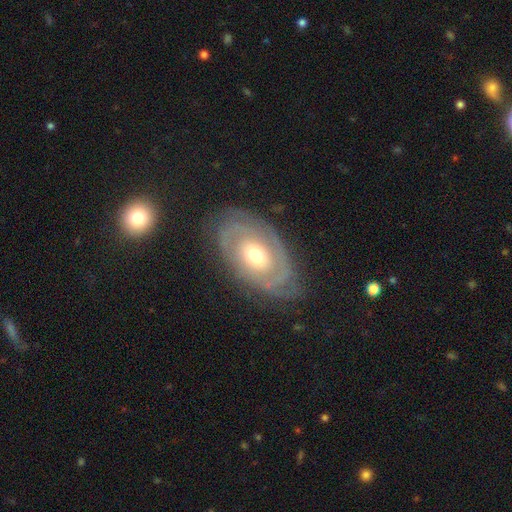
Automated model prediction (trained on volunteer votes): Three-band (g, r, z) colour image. It shows a featured or disk galaxy (78%) with no bar (77%), tight (73%) spiral arms (79%) and a moderate central bulge (70%). Merging: none (75%).